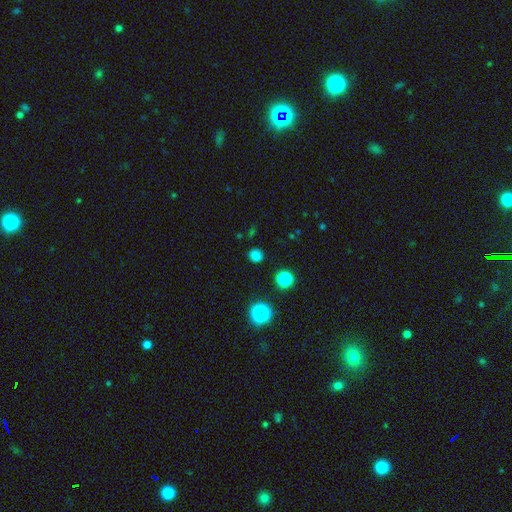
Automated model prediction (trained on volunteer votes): A smooth galaxy with no disk features (73%) that is round (87%). Merging: none (86%).